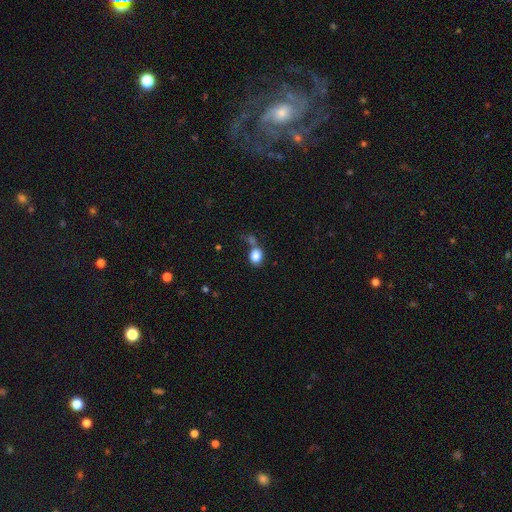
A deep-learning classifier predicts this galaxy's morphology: Smooth or featured?
  - smooth: 84% *
  - star or artifact: 10%
  - featured or disk: 6%
How rounded?
  - in between: 50% *
  - round: 49%
  - cigar-shaped: 1%
Merging?
  - none: 58% *
  - merger: 20%
  - minor disturbance: 15%
  - major disturbance: 7%